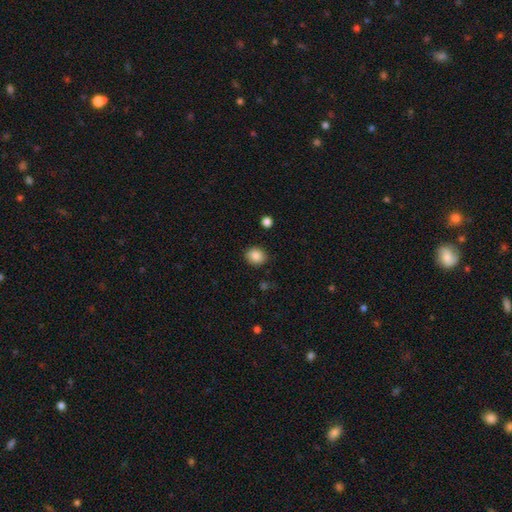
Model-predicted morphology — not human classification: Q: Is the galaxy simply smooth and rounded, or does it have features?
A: smooth — 86%.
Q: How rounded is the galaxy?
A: round — 70%.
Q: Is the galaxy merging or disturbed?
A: none — 89%.